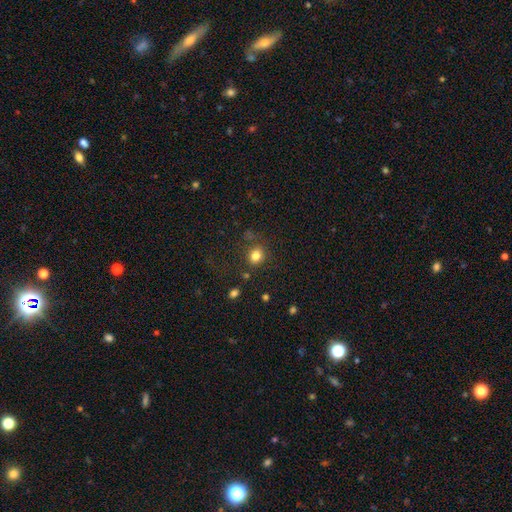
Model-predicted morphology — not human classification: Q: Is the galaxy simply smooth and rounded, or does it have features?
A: smooth — 81%.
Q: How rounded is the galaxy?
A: round — 73%.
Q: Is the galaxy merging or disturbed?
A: none — 79%.